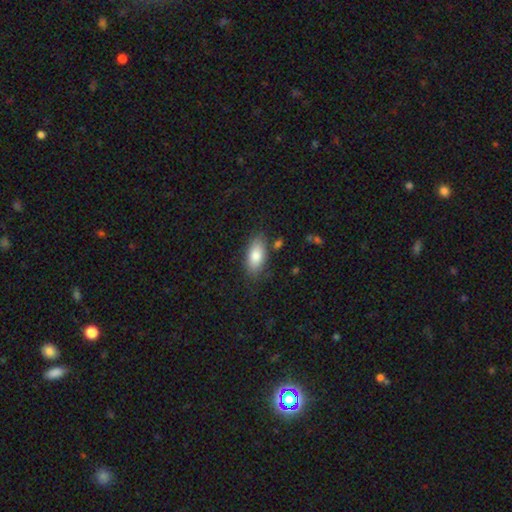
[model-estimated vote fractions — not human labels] This is clearly a smooth galaxy (82%). How rounded: clearly in between (88%). Merging: likely none (79%).